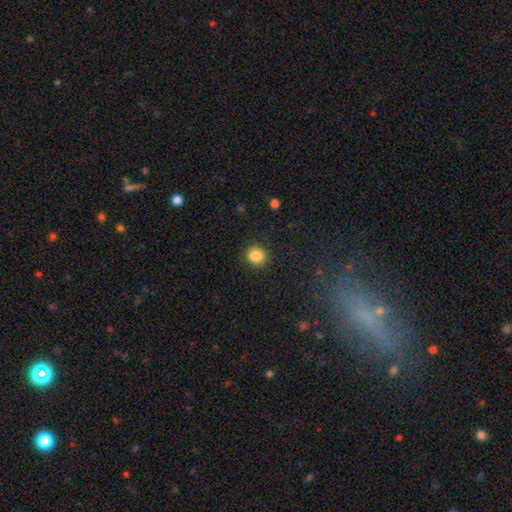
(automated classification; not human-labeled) Smooth or featured? smooth (86%)
How rounded? round (81%)
Merging? none (88%)